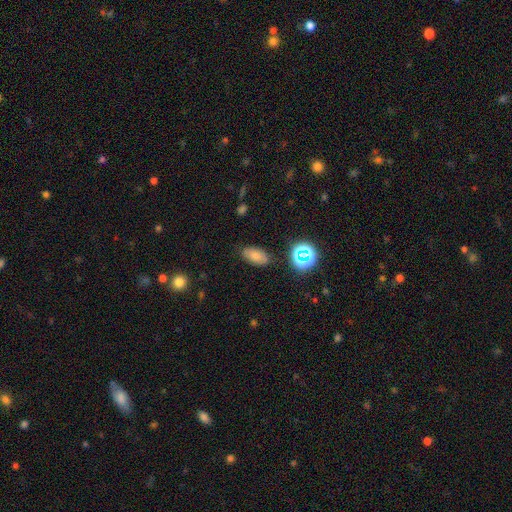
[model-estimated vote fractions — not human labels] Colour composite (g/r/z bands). It shows a smooth galaxy with no disk features (72%) that is in between round and cigar-shaped (90%). Merging: none (80%).